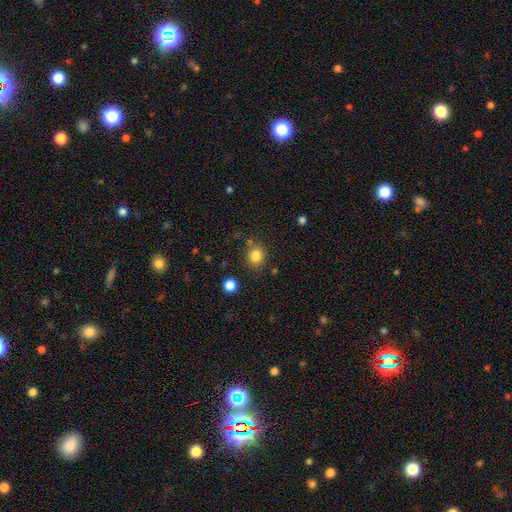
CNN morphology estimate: Smooth or featured? smooth (83%)
How rounded? round (78%)
Merging? none (79%)